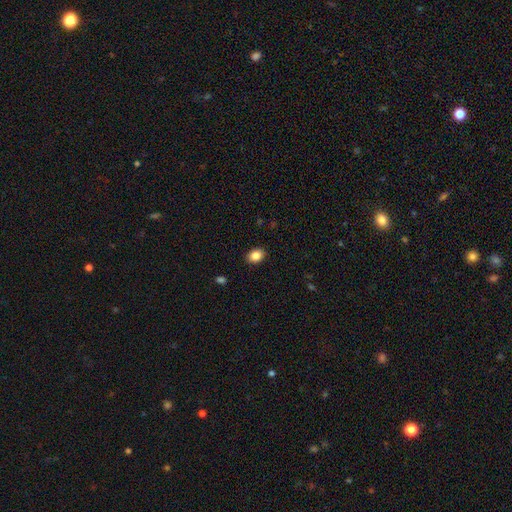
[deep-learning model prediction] Smooth or featured? Predicted: smooth (p=0.87). How rounded? Predicted: in between (p=0.65). Merging? Predicted: none (p=0.89).